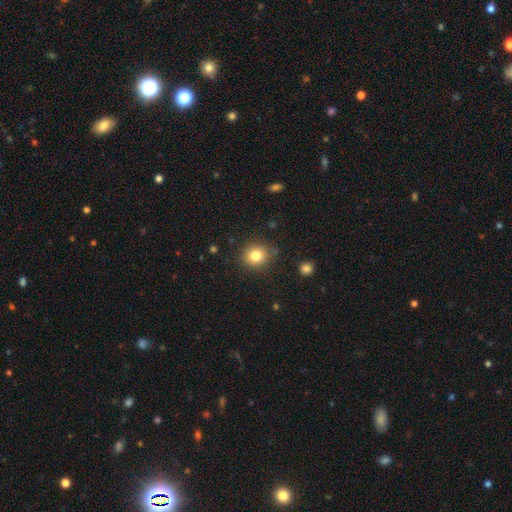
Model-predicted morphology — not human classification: smooth_or_featured: smooth (p=0.82) [alt: star or artifact p=0.11]
how_rounded: round (p=0.82) [alt: in between p=0.17]
merging: none (p=0.86) [alt: minor disturbance p=0.10]